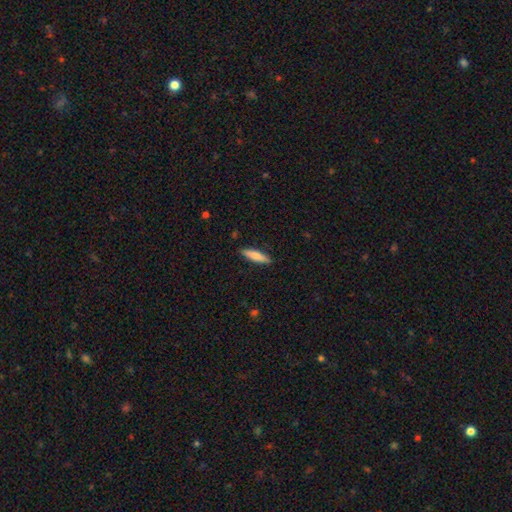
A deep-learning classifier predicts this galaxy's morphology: This is likely a smooth galaxy (76%). How rounded: likely cigar-shaped (76%). Merging: clearly none (89%).